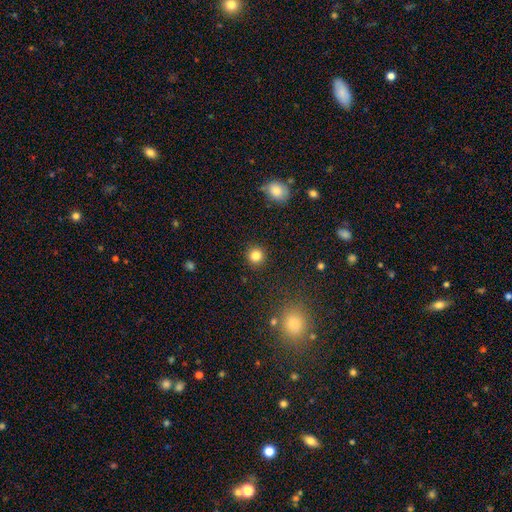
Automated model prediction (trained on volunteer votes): This appears to be a smooth galaxy with no disk features (84%) that is round (93%). Merging: none (91%).